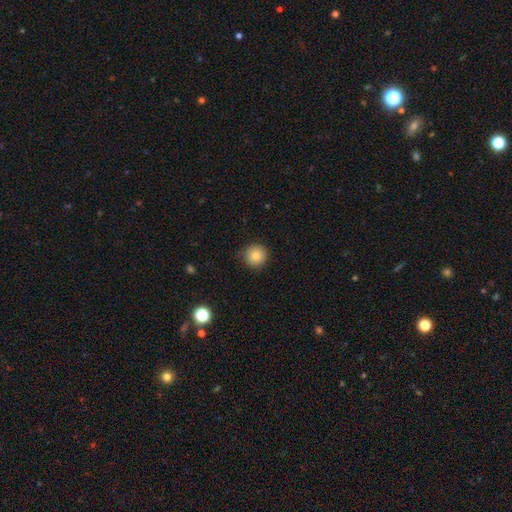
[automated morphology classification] Smooth or featured? Predicted: smooth (p=0.81). How rounded? Predicted: round (p=0.95). Merging? Predicted: none (p=0.86).